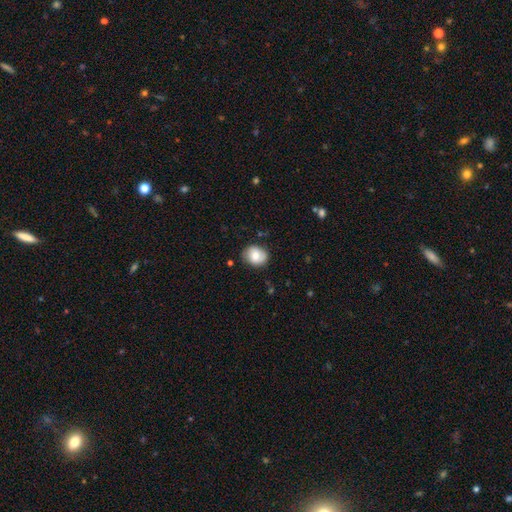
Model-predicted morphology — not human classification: Overall: smooth (75%). How rounded: round (60%; in between 39%). Merging: none (80%).